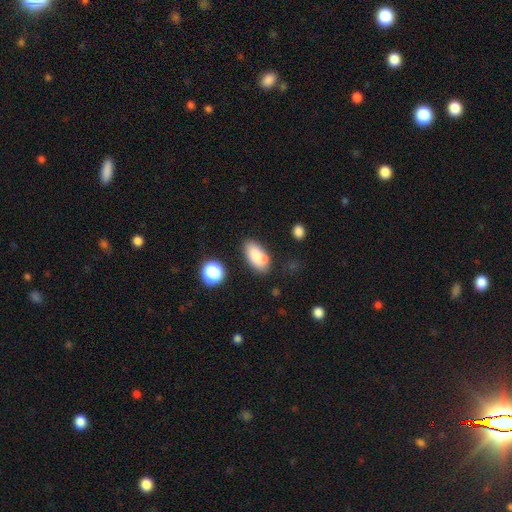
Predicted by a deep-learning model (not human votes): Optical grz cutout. It shows a smooth galaxy with no disk features (83%) that is in between round and cigar-shaped (91%). Merging: none (72%).